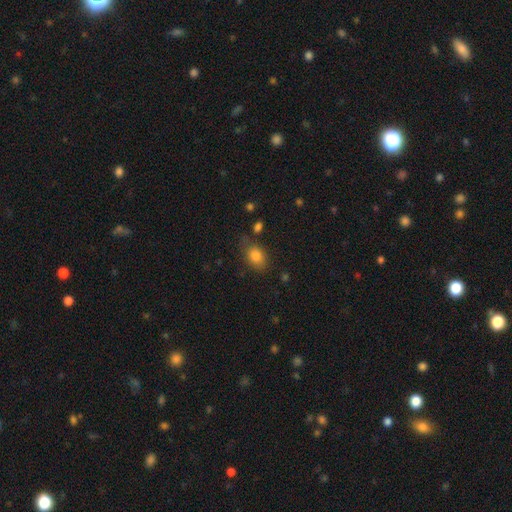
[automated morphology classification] Smooth or featured? smooth (84%)
How rounded? in between (73%)
Merging? none (69%)